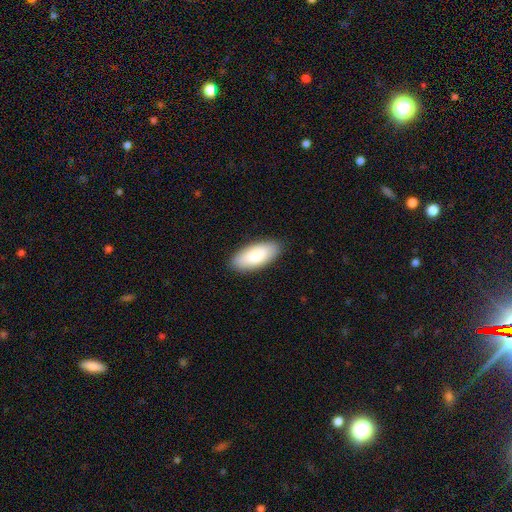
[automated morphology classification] Q: Smooth or featured?
A: smooth (85%); runner-up: featured or disk (10%)
Q: How rounded?
A: in between (86%); runner-up: cigar-shaped (12%)
Q: Merging?
A: none (88%); runner-up: minor disturbance (9%)